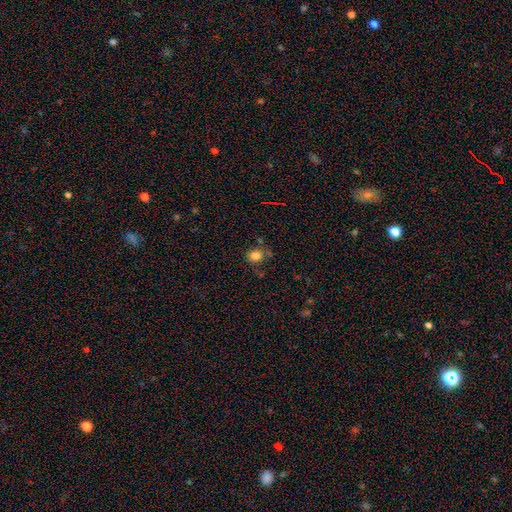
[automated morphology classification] This appears to be a smooth galaxy with no disk features (80%) that is in between round and cigar-shaped (50%). Merging: none (65%).